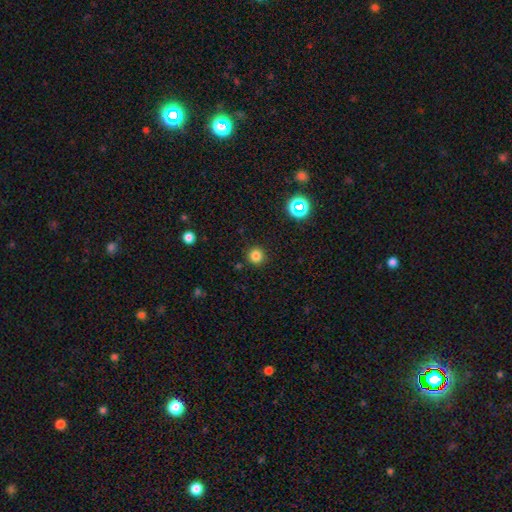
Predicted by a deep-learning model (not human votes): This appears to be a smooth galaxy with no disk features (80%) that is round (94%). Merging: none (90%).